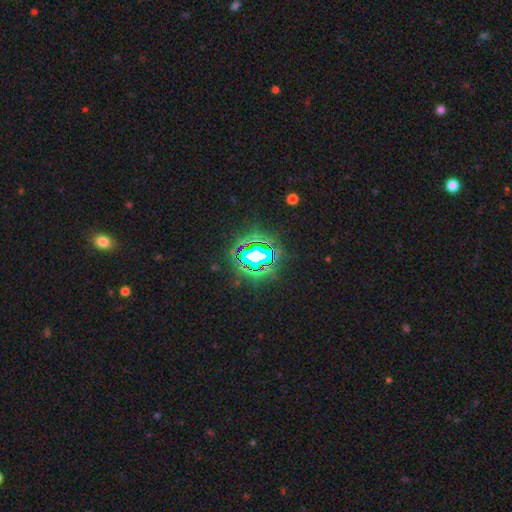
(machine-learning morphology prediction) Smooth or featured? star or artifact (77%)